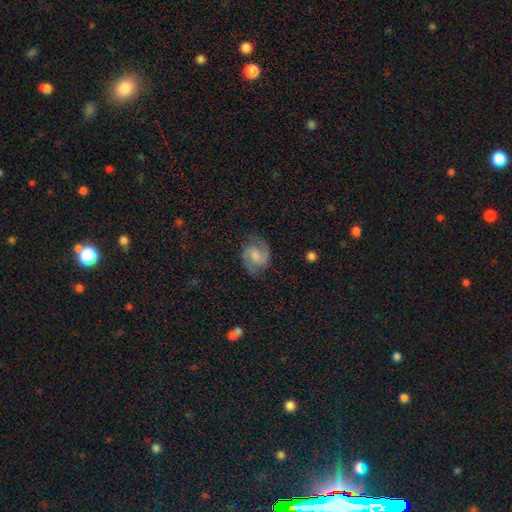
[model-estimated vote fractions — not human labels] A featured or disk galaxy (65%) with a weak bar (50%), 2 (88%) medium (53%) spiral arms (92%) and a small central bulge (41%). Merging: none (75%).